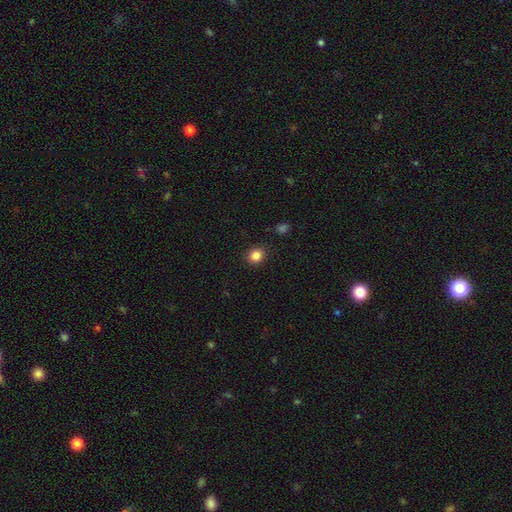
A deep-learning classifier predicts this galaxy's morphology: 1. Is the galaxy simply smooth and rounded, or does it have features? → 84% smooth, 11% star or artifact, 5% featured or disk.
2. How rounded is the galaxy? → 75% round, 24% in between, 1% cigar-shaped.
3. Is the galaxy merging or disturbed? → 89% none, 8% minor disturbance, 2% major disturbance, 1% merger.